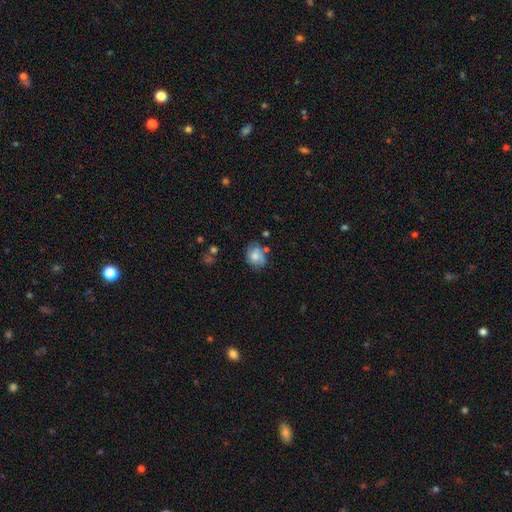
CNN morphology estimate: A smooth galaxy with no disk features (70%) that is in between round and cigar-shaped (50%). Merging: none (60%).